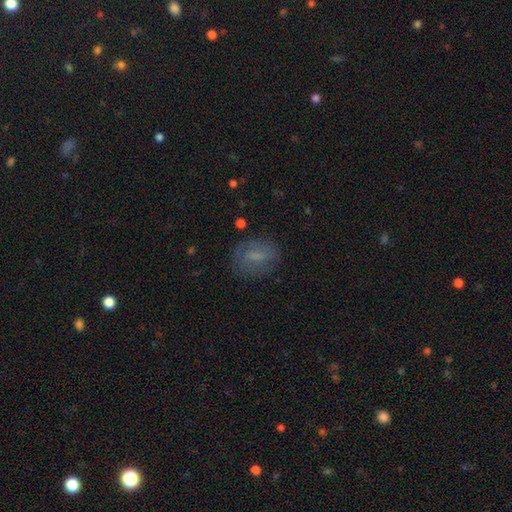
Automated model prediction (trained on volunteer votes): smooth 53%, featured or disk 35%, star or artifact 13%. Down the decision tree: how rounded — in between (66%); merging — none (72%).